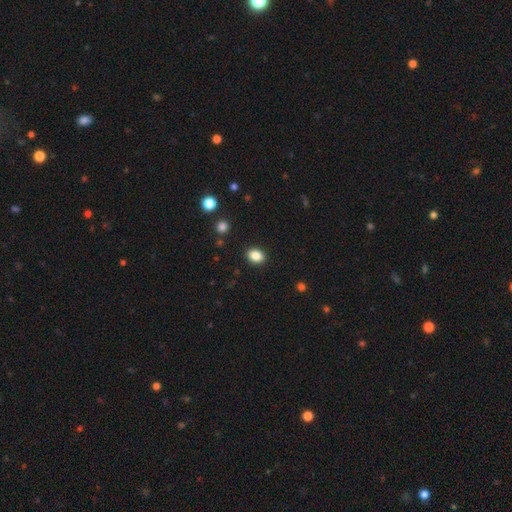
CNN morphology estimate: A smooth galaxy with no disk features (86%) that is in between round and cigar-shaped (66%).

Vote fractions:
- Smooth or featured? smooth: 86% / star or artifact: 10% / featured or disk: 5%
- How rounded? in between: 66% / round: 33% / cigar-shaped: 1%
- Merging? none: 90% / minor disturbance: 7% / major disturbance: 2% / merger: 1%